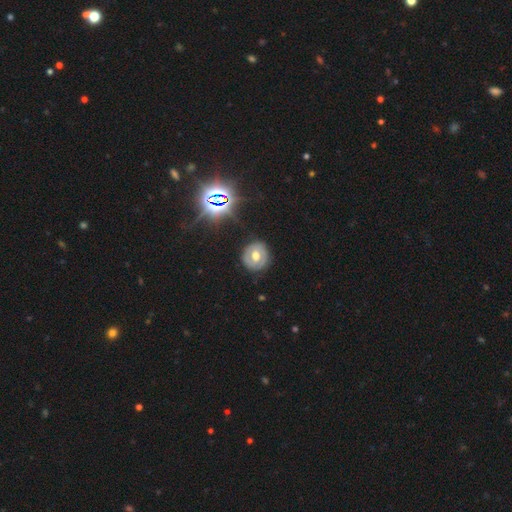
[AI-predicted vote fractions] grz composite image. It shows a featured or disk galaxy (46%). Merging: none (84%).